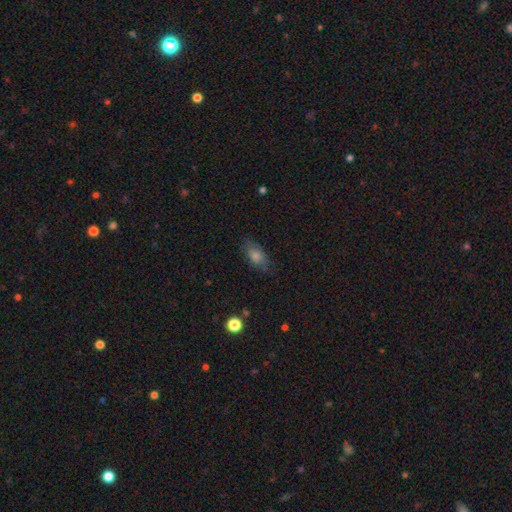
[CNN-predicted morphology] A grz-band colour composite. It shows a smooth galaxy with no disk features (65%) that is in between round and cigar-shaped (80%). Merging: none (78%).